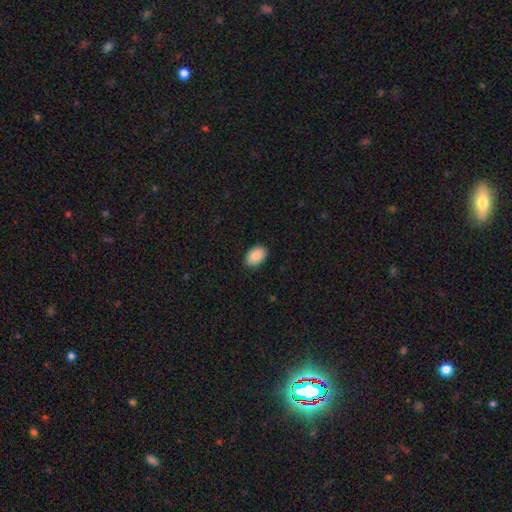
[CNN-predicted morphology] A smooth galaxy with no disk features (89%) that is in between round and cigar-shaped (88%).

Vote fractions:
- Smooth or featured? smooth: 89% / star or artifact: 7% / featured or disk: 4%
- How rounded? in between: 88% / round: 11% / cigar-shaped: 1%
- Merging? none: 89% / minor disturbance: 9% / major disturbance: 2% / merger: 1%